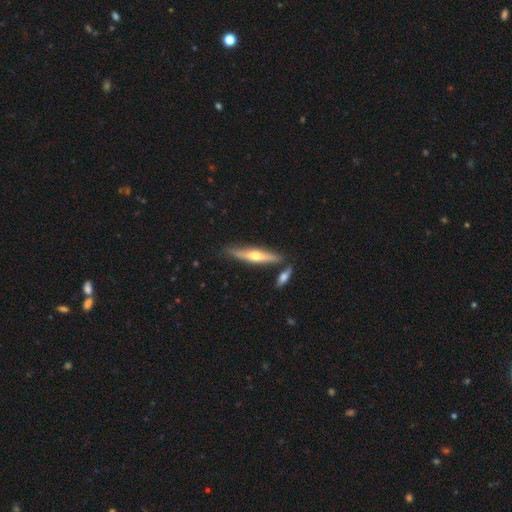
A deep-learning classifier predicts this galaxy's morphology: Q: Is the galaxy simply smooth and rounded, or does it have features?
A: featured or disk — 59%.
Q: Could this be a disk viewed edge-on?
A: yes — 93%.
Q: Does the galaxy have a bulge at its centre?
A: rounded — 90%.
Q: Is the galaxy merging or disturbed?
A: none — 77%.